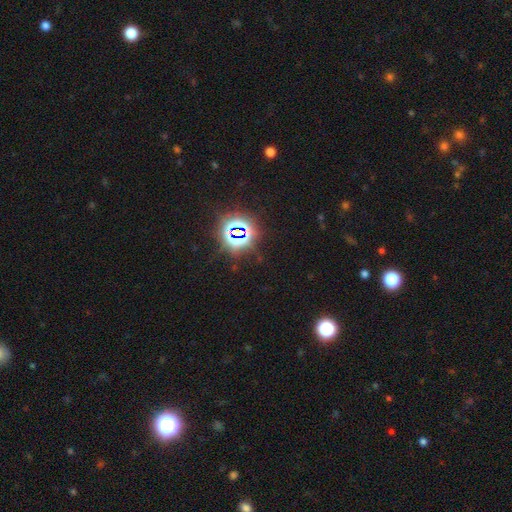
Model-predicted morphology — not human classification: This is likely a star or artifact rather than a galaxy (79%).